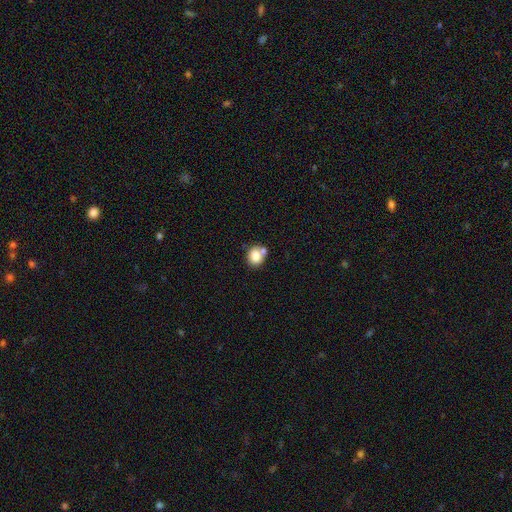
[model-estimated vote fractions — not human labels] This is clearly a smooth galaxy (81%). How rounded: likely round (70%). Merging: possibly none (53%).